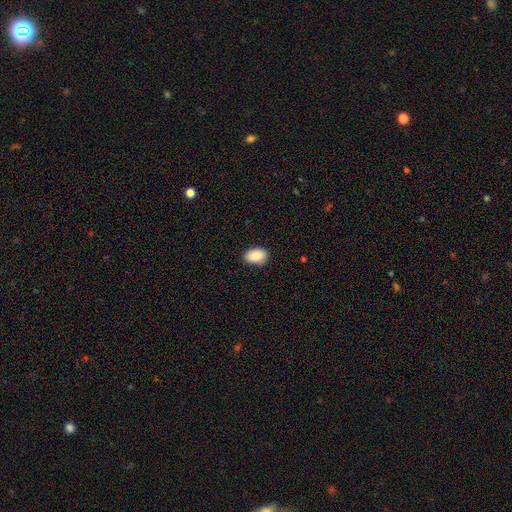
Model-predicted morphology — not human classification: Smooth or featured: smooth — 90% (star or artifact — 7%)
How rounded: in between — 89% (round — 10%)
Merging: none — 85% (minor disturbance — 12%)